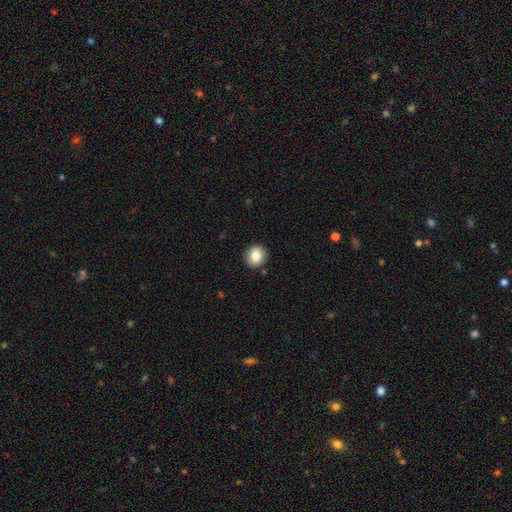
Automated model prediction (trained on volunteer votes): A smooth galaxy with no disk features (84%) that is round (78%). Merging: none (90%).